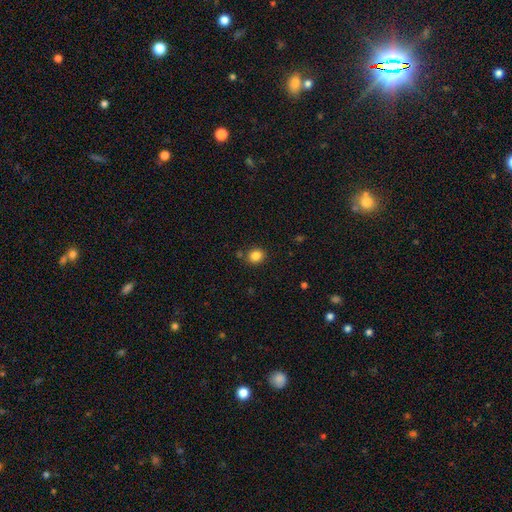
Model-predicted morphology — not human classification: smooth 85%, star or artifact 11%, featured or disk 4%. Down the decision tree: how rounded — round (77%); merging — none (84%).